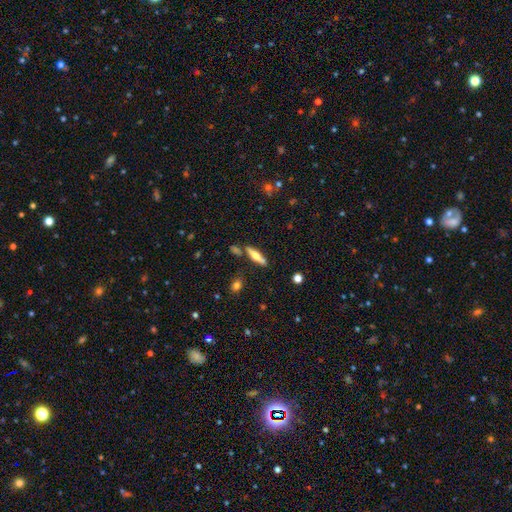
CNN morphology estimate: Smooth or featured? featured or disk (48%)
Merging? none (77%)